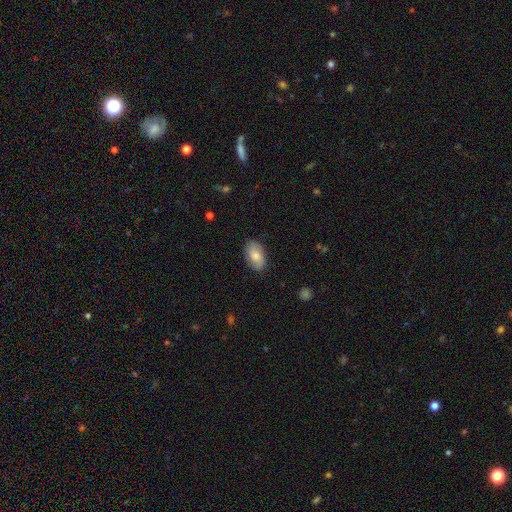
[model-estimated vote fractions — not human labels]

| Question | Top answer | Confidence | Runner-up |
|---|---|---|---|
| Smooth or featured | smooth | 76% | featured or disk (17%) |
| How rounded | in between | 94% | round (4%) |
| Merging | none | 84% | minor disturbance (12%) |